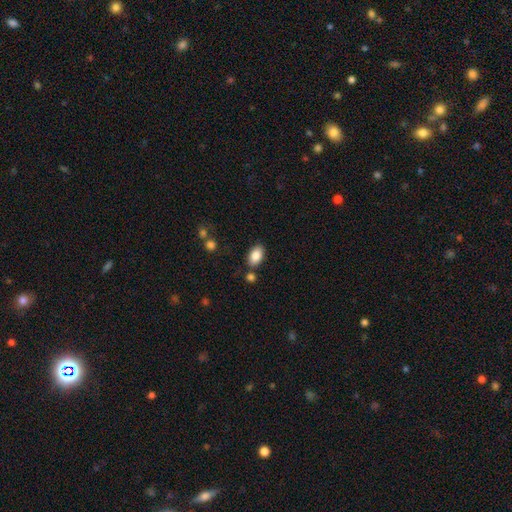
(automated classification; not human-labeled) Morphology: type=smooth (86%); roundness=in between (92%); merging=none (78%).